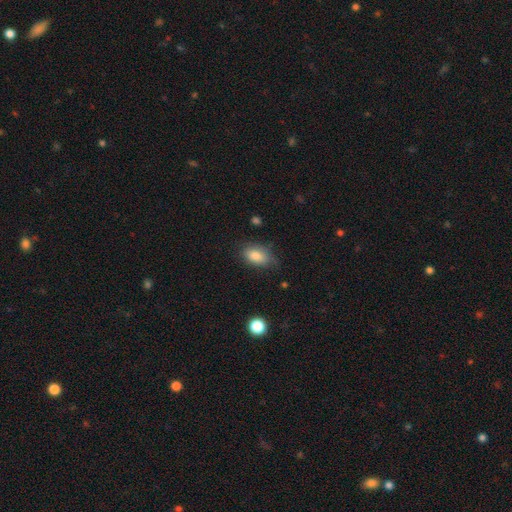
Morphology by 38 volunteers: Smooth or featured? 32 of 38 (84%) said smooth. How rounded? 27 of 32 (84%) said in between. Merging? 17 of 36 (47%) said none.